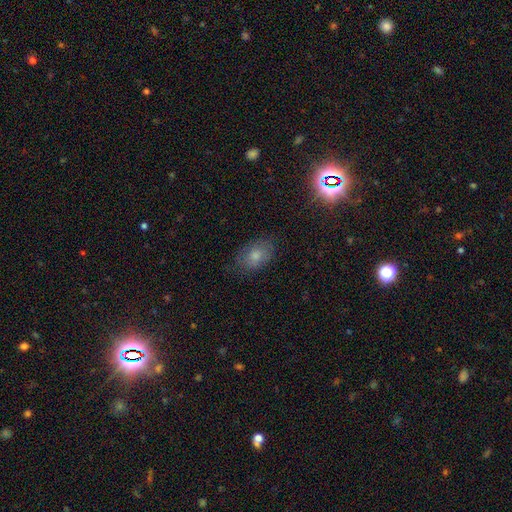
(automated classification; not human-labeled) Morphology: type=smooth (73%); roundness=in between (85%); merging=none (76%).